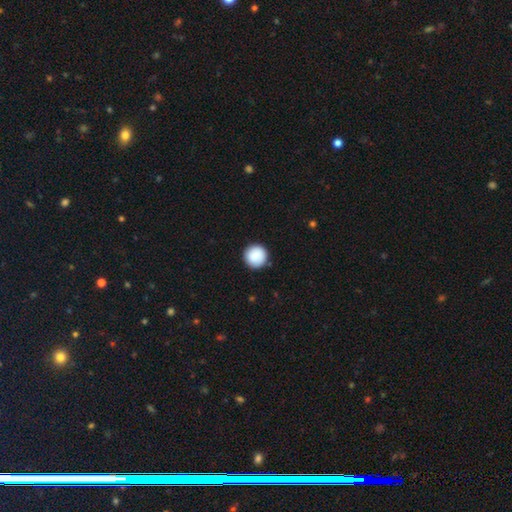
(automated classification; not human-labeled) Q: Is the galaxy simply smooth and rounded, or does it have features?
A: smooth — 89%.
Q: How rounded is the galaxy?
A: round — 96%.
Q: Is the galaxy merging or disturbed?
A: none — 91%.